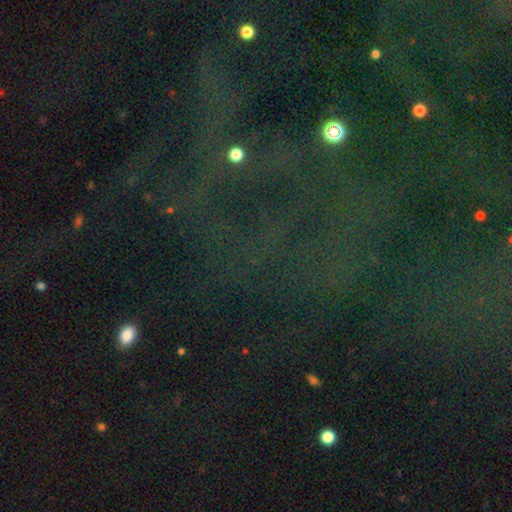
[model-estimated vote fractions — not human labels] The model was most divided on "smooth or featured": star or artifact: 75%, featured or disk: 13%, smooth: 12%.